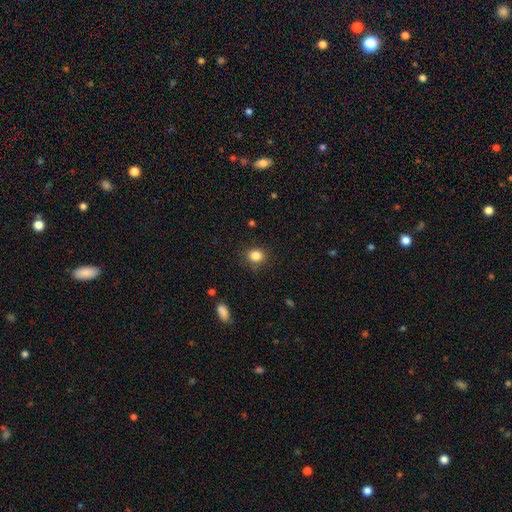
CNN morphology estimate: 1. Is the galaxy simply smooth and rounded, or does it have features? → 85% smooth, 11% star or artifact, 5% featured or disk.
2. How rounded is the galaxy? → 74% round, 25% in between, 1% cigar-shaped.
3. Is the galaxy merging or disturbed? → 83% none, 12% minor disturbance, 3% major disturbance, 1% merger.